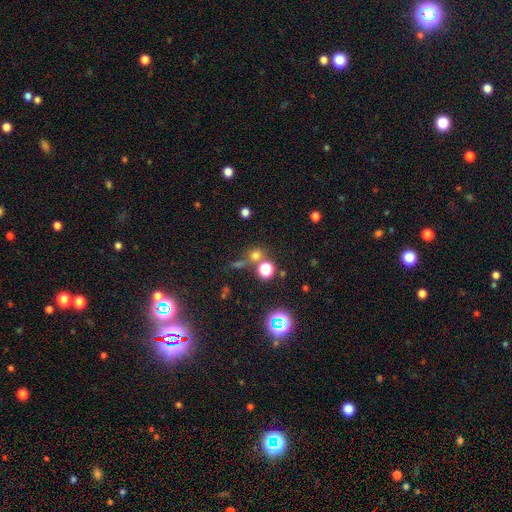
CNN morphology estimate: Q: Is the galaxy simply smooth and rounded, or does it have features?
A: smooth — 60%.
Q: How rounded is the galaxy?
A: round — 86%.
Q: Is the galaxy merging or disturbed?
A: none — 64%.